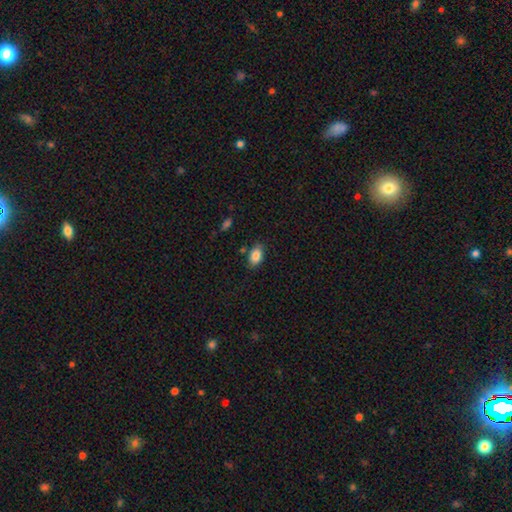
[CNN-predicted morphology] Smooth or featured: smooth — 84% (star or artifact — 8%)
How rounded: in between — 89% (round — 9%)
Merging: none — 79% (minor disturbance — 14%)